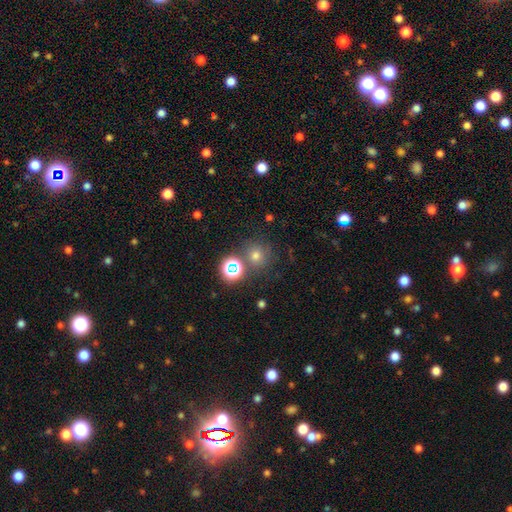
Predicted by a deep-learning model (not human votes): A smooth galaxy with no disk features (66%) that is round (90%).

Vote fractions:
- Smooth or featured? smooth: 66% / star or artifact: 26% / featured or disk: 8%
- How rounded? round: 90% / in between: 9% / cigar-shaped: 1%
- Merging? none: 73% / merger: 13% / minor disturbance: 10% / major disturbance: 4%